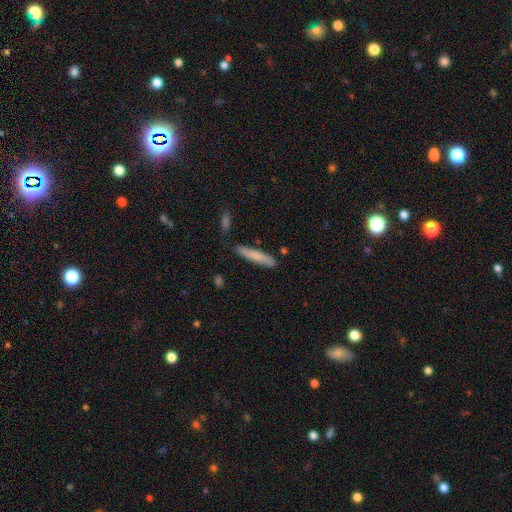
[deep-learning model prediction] Smooth or featured: smooth — 75% (featured or disk — 19%)
How rounded: cigar-shaped — 91% (in between — 8%)
Merging: none — 83% (minor disturbance — 12%)